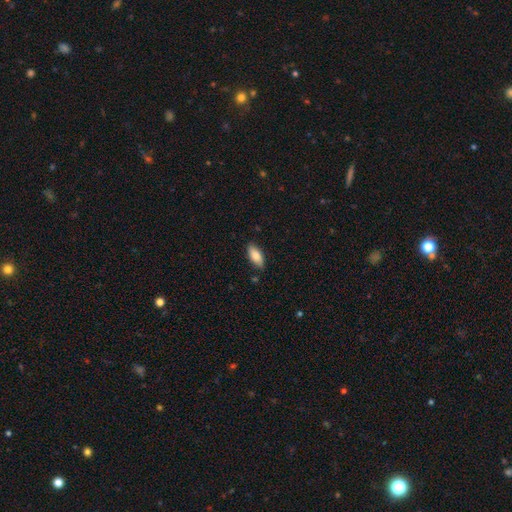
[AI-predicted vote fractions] Overall: smooth (84%). How rounded: in between (85%). Merging: none (83%).